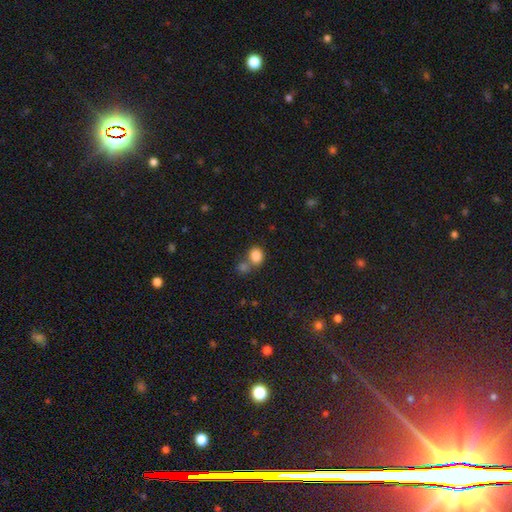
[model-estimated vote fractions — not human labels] smooth-or-featured: smooth: 84% | star or artifact: 10% | featured or disk: 6%
  how-rounded: round: 54% | in between: 45% | cigar-shaped: 1%
  merging: none: 46% | merger: 40% | minor disturbance: 10% | major disturbance: 4%